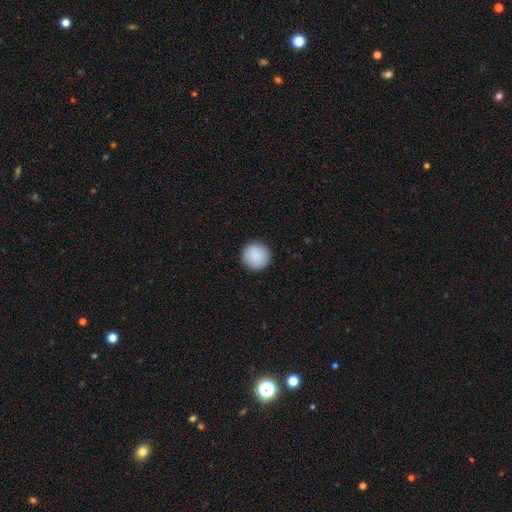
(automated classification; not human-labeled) smooth 90%, star or artifact 7%, featured or disk 3%. Down the decision tree: how rounded — round (96%); merging — none (93%).